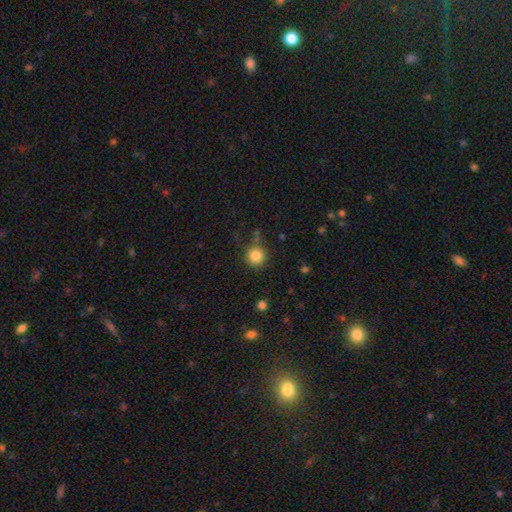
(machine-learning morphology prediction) This appears to be a smooth galaxy with no disk features (84%) that is round (94%). Merging: none (79%).